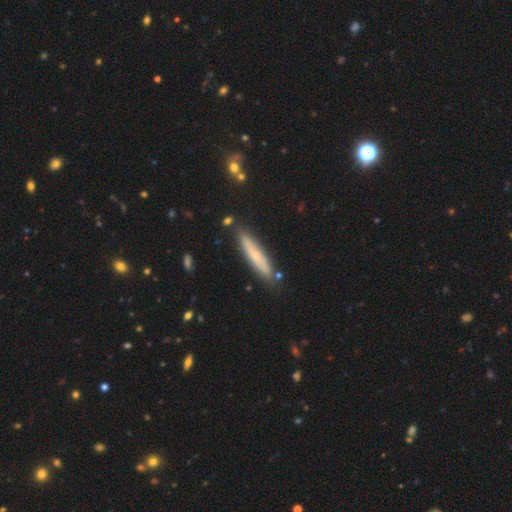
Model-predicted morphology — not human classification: Overall: smooth (58%; featured or disk 36%). How rounded: cigar-shaped (90%). Merging: none (83%).